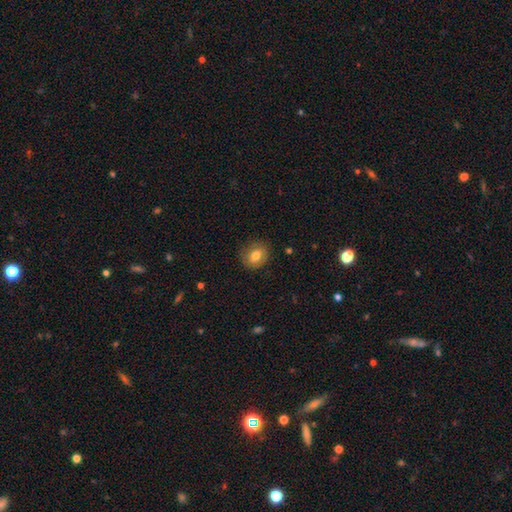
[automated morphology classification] Smooth or featured?
  - smooth: 78% *
  - featured or disk: 13%
  - star or artifact: 9%
How rounded?
  - round: 64% *
  - in between: 35%
  - cigar-shaped: 1%
Merging?
  - none: 83% *
  - minor disturbance: 12%
  - major disturbance: 3%
  - merger: 1%